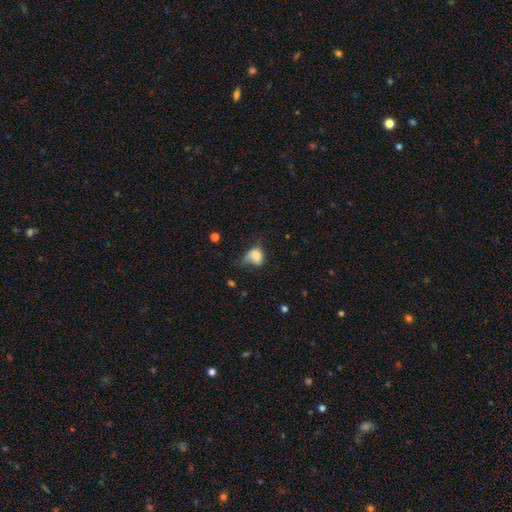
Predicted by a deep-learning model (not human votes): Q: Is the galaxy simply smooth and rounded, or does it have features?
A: smooth — 72%.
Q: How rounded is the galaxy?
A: in between — 63%.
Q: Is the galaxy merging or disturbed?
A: major disturbance — 37%.